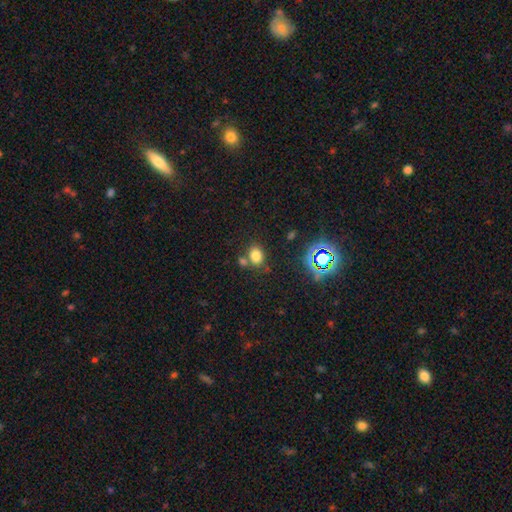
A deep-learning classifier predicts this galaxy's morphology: smooth_or_featured: smooth (p=0.75) [alt: star or artifact p=0.17]
how_rounded: in between (p=0.56) [alt: round p=0.43]
merging: none (p=0.64) [alt: merger p=0.20]